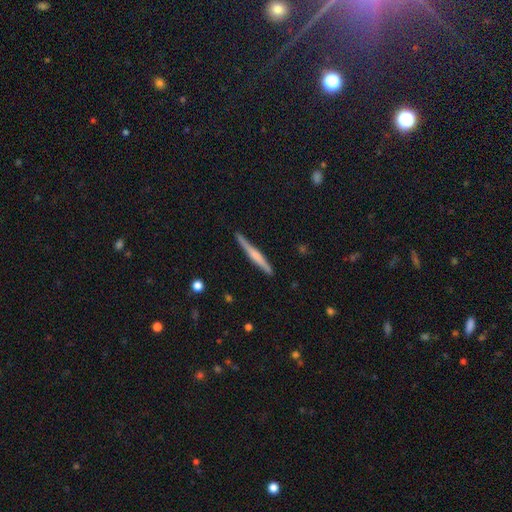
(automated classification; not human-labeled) This appears to be a featured or disk galaxy (56%) viewed edge-on (98%) with a rounded central bulge (46%). Merging: none (89%).